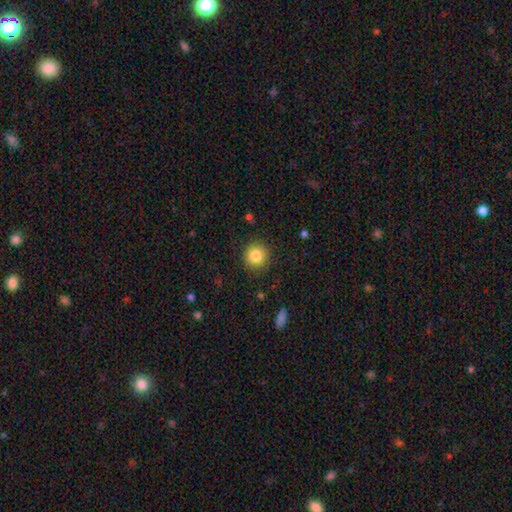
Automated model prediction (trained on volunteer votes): smooth 84%, star or artifact 10%, featured or disk 6%. Down the decision tree: how rounded — round (93%); merging — none (89%).